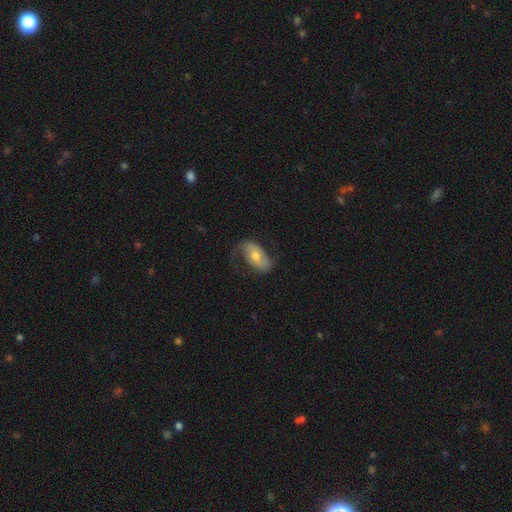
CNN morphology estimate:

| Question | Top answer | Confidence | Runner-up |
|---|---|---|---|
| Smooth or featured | featured or disk | 58% | smooth (35%) |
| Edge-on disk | no | 94% | yes (6%) |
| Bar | no | 47% | weak (34%) |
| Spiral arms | yes | 84% | no (16%) |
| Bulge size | moderate | 64% | small (25%) |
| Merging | none | 56% | minor disturbance (23%) |